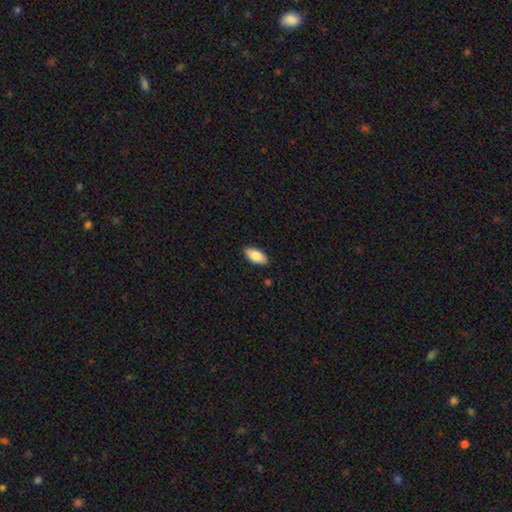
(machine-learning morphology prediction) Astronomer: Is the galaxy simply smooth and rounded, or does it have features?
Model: smooth — 84%.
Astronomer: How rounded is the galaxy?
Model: in between — 92%.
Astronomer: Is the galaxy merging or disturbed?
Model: none — 87%.